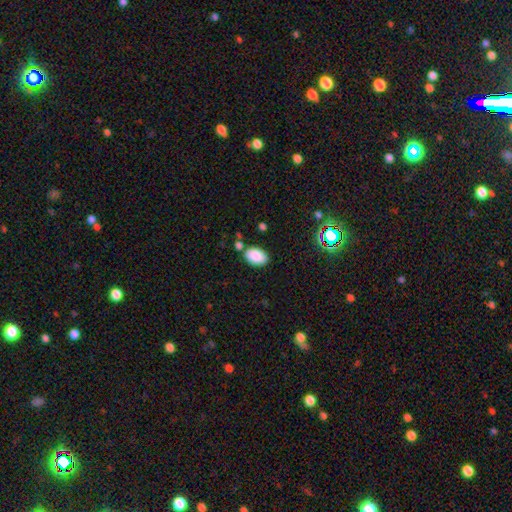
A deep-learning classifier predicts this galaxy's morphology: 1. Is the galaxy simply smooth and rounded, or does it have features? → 87% smooth, 8% star or artifact, 5% featured or disk.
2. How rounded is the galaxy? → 90% in between, 9% round, 1% cigar-shaped.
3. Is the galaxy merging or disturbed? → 77% none, 13% minor disturbance, 6% merger, 3% major disturbance.